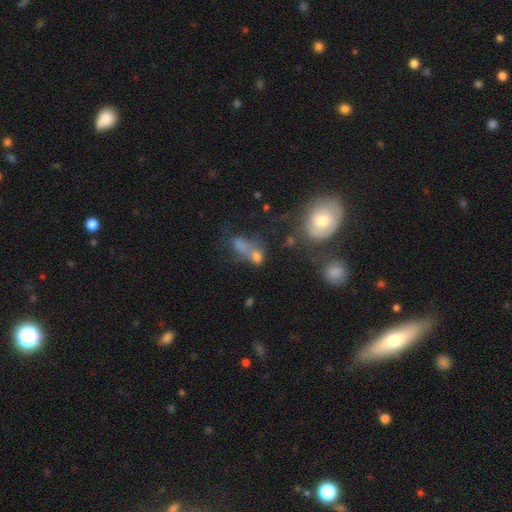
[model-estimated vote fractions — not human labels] Morphology: type=smooth (64%); roundness=in between (60%); merging=merger (44%).